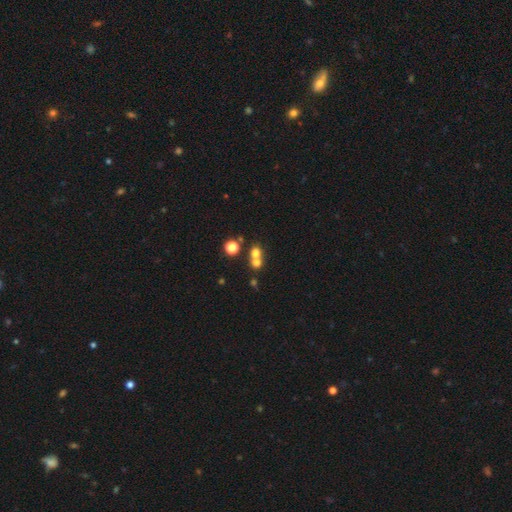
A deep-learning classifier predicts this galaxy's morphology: Q: Smooth or featured?
A: smooth (69%); runner-up: star or artifact (17%)
Q: How rounded?
A: round (77%); runner-up: in between (22%)
Q: Merging?
A: merger (52%); runner-up: none (39%)